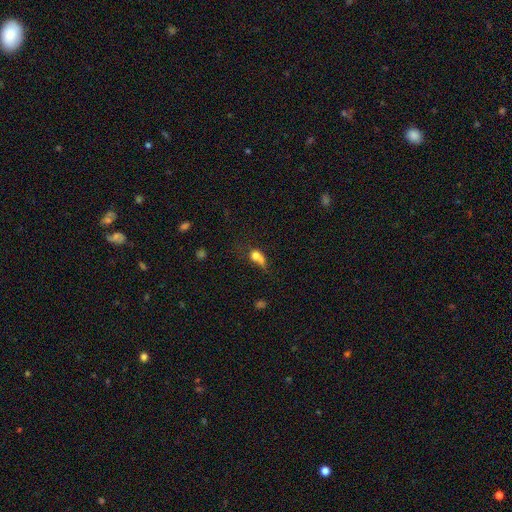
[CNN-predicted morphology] type=smooth (69%); roundness=round (53%); merging=merger (47%).